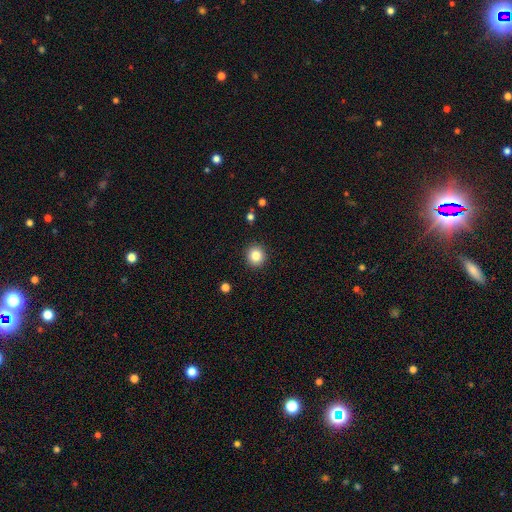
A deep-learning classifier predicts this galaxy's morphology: A smooth galaxy with no disk features (85%) that is round (90%).

Vote fractions:
- Smooth or featured? smooth: 85% / star or artifact: 10% / featured or disk: 5%
- How rounded? round: 90% / in between: 9% / cigar-shaped: 1%
- Merging? none: 92% / minor disturbance: 5% / major disturbance: 2% / merger: 1%